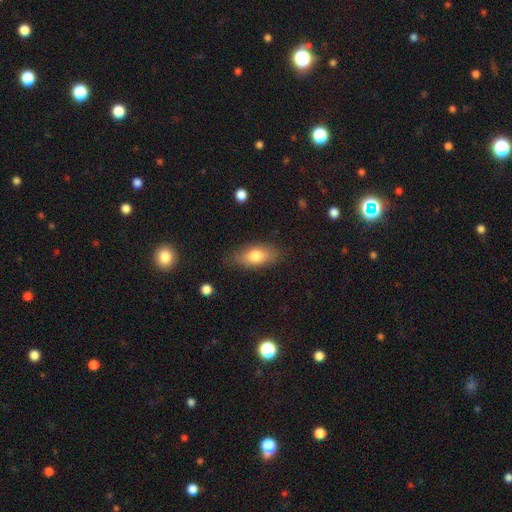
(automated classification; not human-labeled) Smooth or featured?
  - smooth: 76% *
  - featured or disk: 17%
  - star or artifact: 7%
How rounded?
  - in between: 81% *
  - cigar-shaped: 14%
  - round: 5%
Merging?
  - none: 80% *
  - minor disturbance: 15%
  - major disturbance: 4%
  - merger: 1%